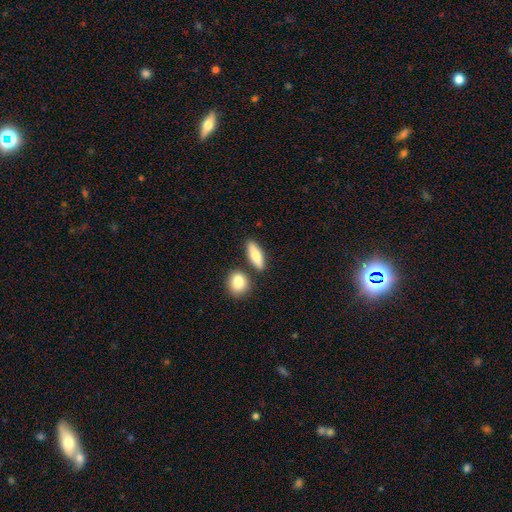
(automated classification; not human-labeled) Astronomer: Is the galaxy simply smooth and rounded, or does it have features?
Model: smooth — 77%.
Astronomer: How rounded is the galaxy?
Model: in between — 56% (runner-up: cigar-shaped, 37%).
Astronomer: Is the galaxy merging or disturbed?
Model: none — 77%.